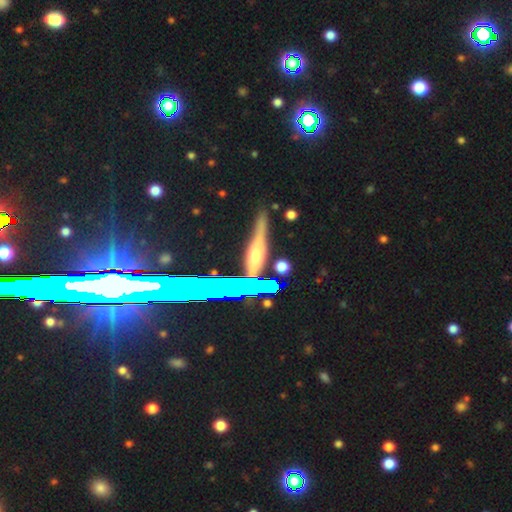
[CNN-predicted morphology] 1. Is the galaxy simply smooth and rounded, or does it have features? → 58% featured or disk, 25% smooth, 17% star or artifact.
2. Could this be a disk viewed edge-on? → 88% yes, 12% no.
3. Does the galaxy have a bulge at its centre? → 80% rounded, 11% none, 9% boxy.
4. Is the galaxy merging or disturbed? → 75% none, 14% minor disturbance, 6% merger, 5% major disturbance.